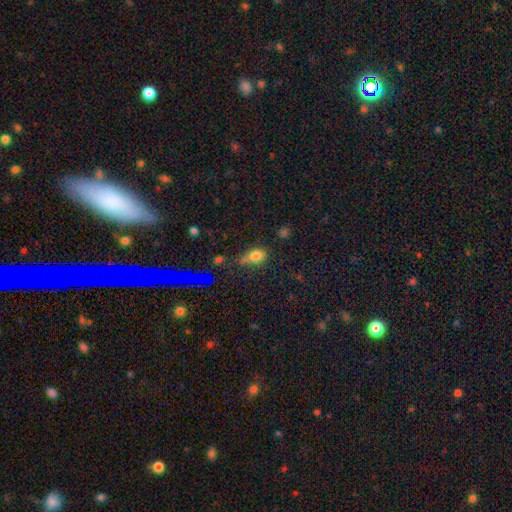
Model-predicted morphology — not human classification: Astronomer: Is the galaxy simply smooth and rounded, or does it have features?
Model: smooth — 73%.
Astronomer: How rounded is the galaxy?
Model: in between — 72%.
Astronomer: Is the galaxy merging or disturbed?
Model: none — 45% (runner-up: minor disturbance, 32%).